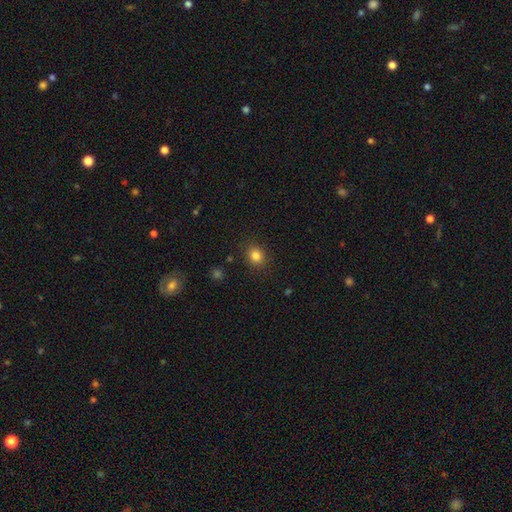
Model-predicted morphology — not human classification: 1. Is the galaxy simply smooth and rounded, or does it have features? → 83% smooth, 11% star or artifact, 5% featured or disk.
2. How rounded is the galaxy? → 66% round, 33% in between, 1% cigar-shaped.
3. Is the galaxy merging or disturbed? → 88% none, 8% minor disturbance, 3% major disturbance, 1% merger.